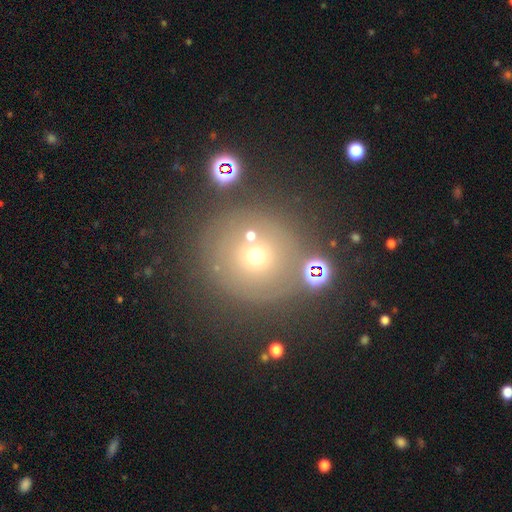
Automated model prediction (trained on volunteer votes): smooth_or_featured: smooth (p=0.50) [alt: star or artifact p=0.28]
merging: none (p=0.76) [alt: minor disturbance p=0.11]